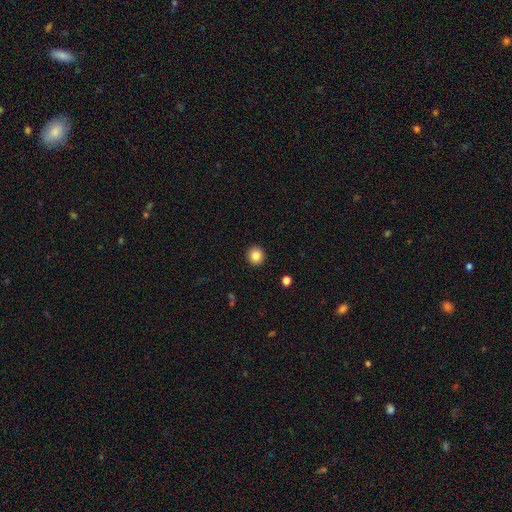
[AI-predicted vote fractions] smooth_or_featured: smooth (p=0.86) [alt: star or artifact p=0.10]
how_rounded: round (p=0.92) [alt: in between p=0.07]
merging: none (p=0.93) [alt: minor disturbance p=0.05]